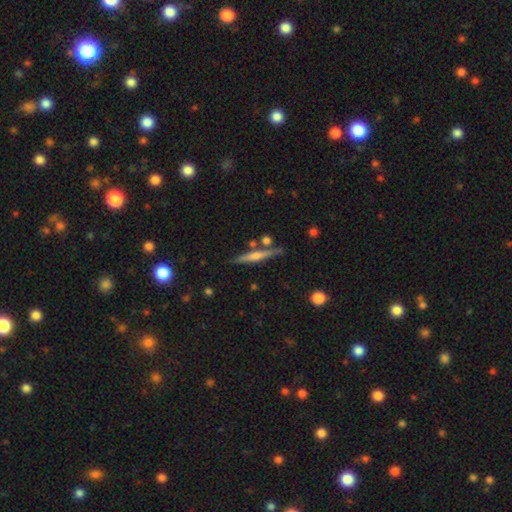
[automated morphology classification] A featured or disk galaxy (55%) viewed edge-on (96%) with a rounded central bulge (54%).

Vote fractions:
- Smooth or featured? featured or disk: 55% / smooth: 38% / star or artifact: 7%
- Edge-on disk? yes: 96% / no: 4%
- Edge-on bulge? rounded: 54% / none: 32% / boxy: 14%
- Merging? none: 81% / minor disturbance: 10% / merger: 7% / major disturbance: 2%